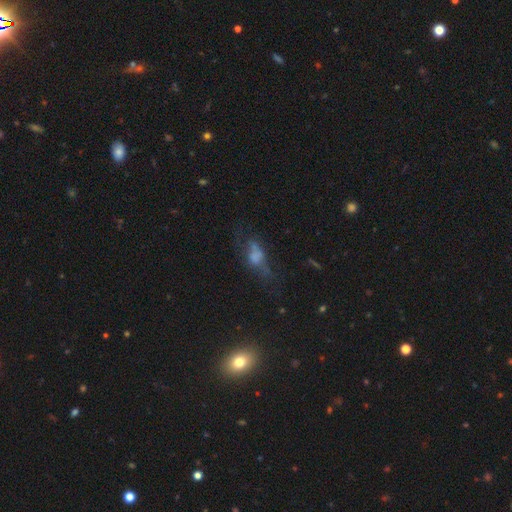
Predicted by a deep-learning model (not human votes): Overall: smooth (46%; featured or disk 37%). Merging: major disturbance (38%; none 34%).